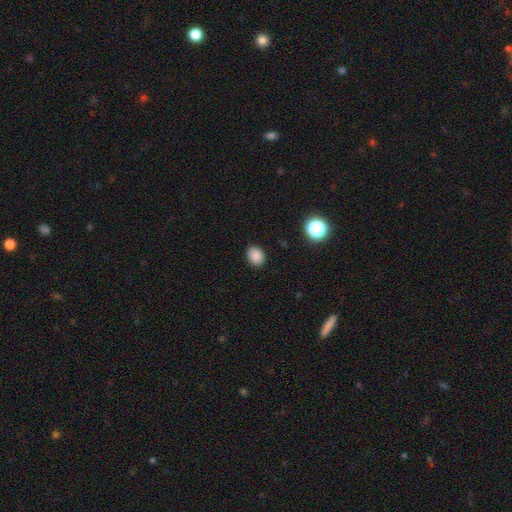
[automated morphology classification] A smooth galaxy with no disk features (86%) that is in between round and cigar-shaped (52%).

Vote fractions:
- Smooth or featured? smooth: 86% / star or artifact: 11% / featured or disk: 3%
- How rounded? in between: 52% / round: 48% / cigar-shaped: 1%
- Merging? none: 88% / minor disturbance: 9% / major disturbance: 2% / merger: 1%